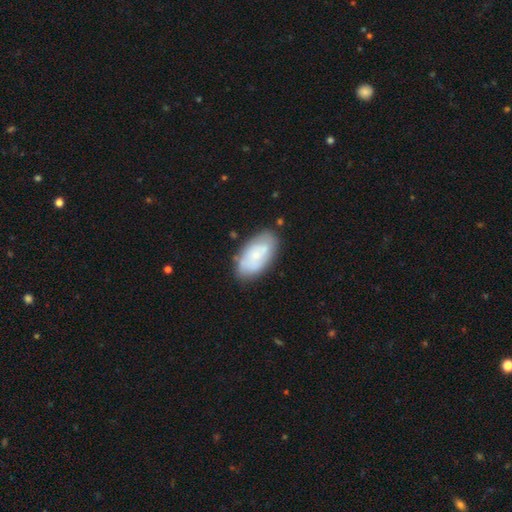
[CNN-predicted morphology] type=smooth (55%); roundness=in between (93%); merging=none (73%).